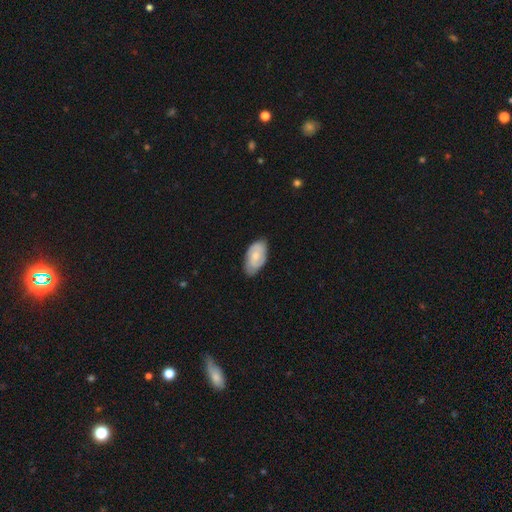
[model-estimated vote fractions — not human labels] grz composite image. It shows a smooth galaxy with no disk features (49%). Merging: none (75%).